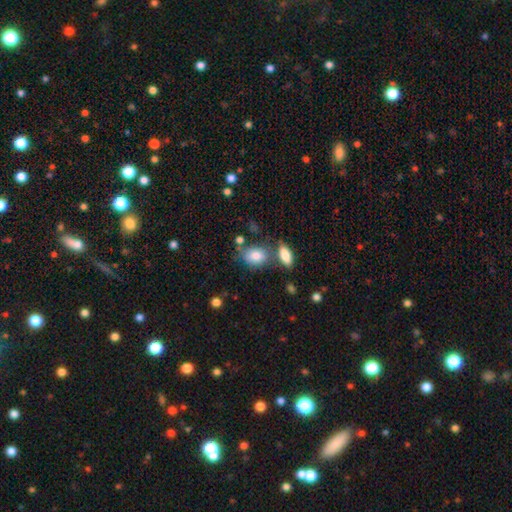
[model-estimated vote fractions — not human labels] This appears to be a smooth galaxy with no disk features (81%) that is in between round and cigar-shaped (74%). Merging: none (55%).